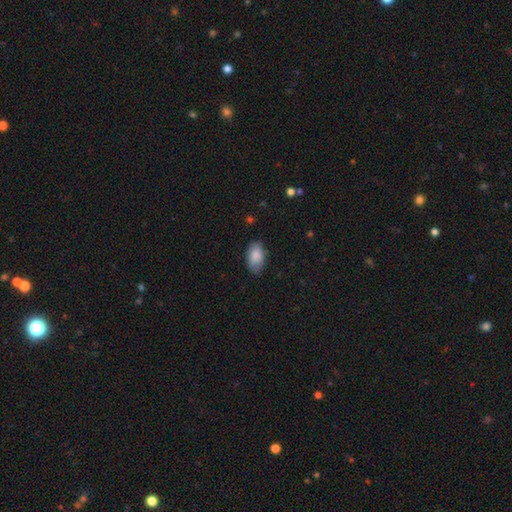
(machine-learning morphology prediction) The model was most divided on "merging": none: 78%, minor disturbance: 18%, major disturbance: 3%, merger: 1%. More confident: how rounded — in between (94%); smooth or featured — smooth (87%).